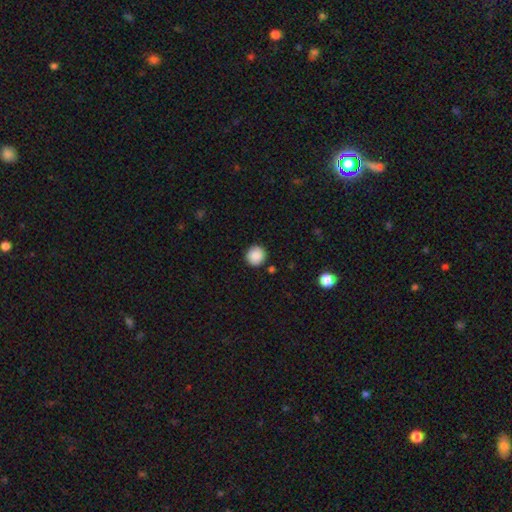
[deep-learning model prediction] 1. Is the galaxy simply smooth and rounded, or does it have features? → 89% smooth, 8% star or artifact, 3% featured or disk.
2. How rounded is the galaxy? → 93% round, 6% in between, 1% cigar-shaped.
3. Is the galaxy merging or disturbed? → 89% none, 7% minor disturbance, 2% major disturbance, 2% merger.